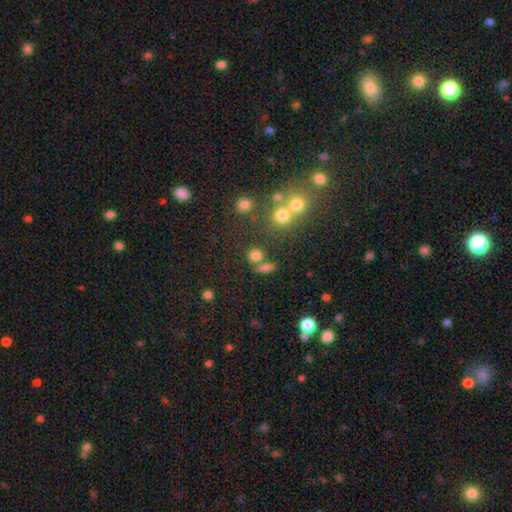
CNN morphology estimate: A smooth galaxy with no disk features (76%) that is round (72%).

Vote fractions:
- Smooth or featured? smooth: 76% / star or artifact: 15% / featured or disk: 8%
- How rounded? round: 72% / in between: 25% / cigar-shaped: 3%
- Merging? none: 63% / merger: 21% / minor disturbance: 11% / major disturbance: 5%